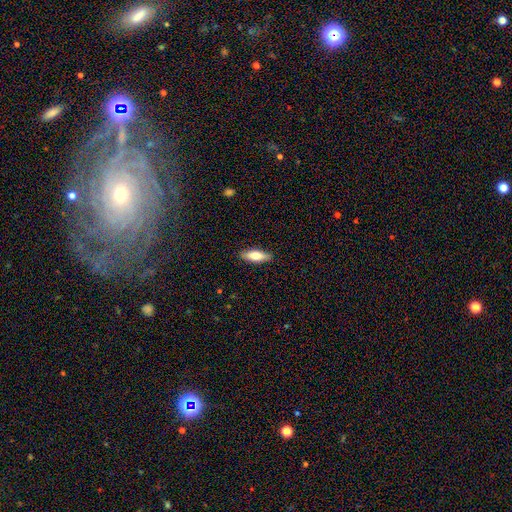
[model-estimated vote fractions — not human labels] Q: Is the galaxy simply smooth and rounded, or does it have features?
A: smooth — 74%.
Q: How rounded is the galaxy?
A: in between — 62%.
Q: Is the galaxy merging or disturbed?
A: none — 89%.